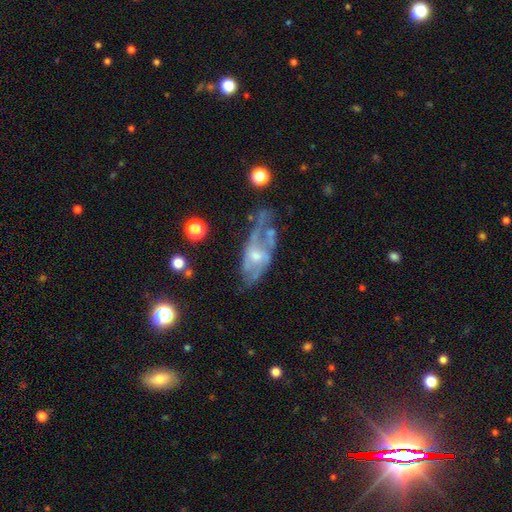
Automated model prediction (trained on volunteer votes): Smooth or featured? featured or disk (75%)
Edge-on disk? no (88%)
Bar? no (60%)
Spiral arms? yes (73%)
Bulge size? small (45%)
Merging? none (39%)